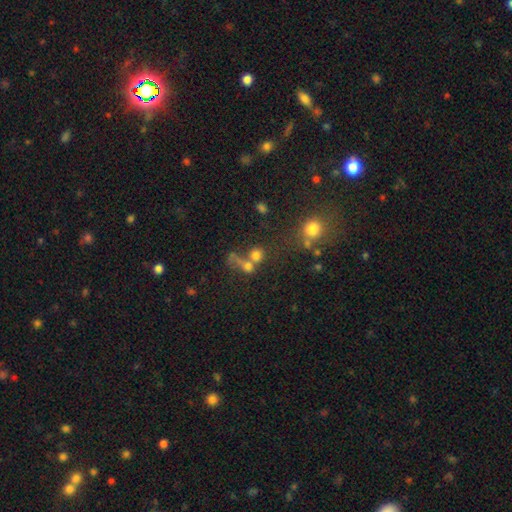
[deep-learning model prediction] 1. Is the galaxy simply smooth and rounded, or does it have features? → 69% smooth, 19% star or artifact, 13% featured or disk.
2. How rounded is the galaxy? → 82% round, 16% in between, 2% cigar-shaped.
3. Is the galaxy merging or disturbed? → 42% merger, 41% none, 9% major disturbance, 8% minor disturbance.